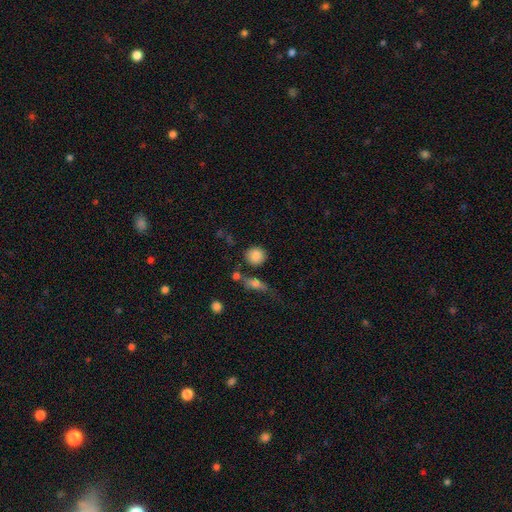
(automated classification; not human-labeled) smooth 86%, star or artifact 8%, featured or disk 6%. Down the decision tree: how rounded — round (86%); merging — none (76%).